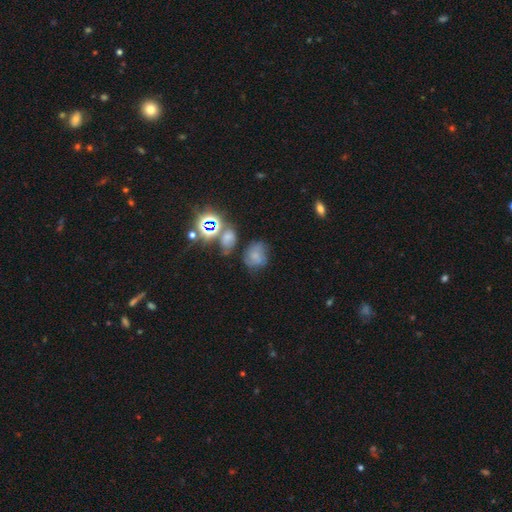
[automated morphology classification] Smooth or featured? smooth (53%)
How rounded? round (56%)
Merging? none (49%)